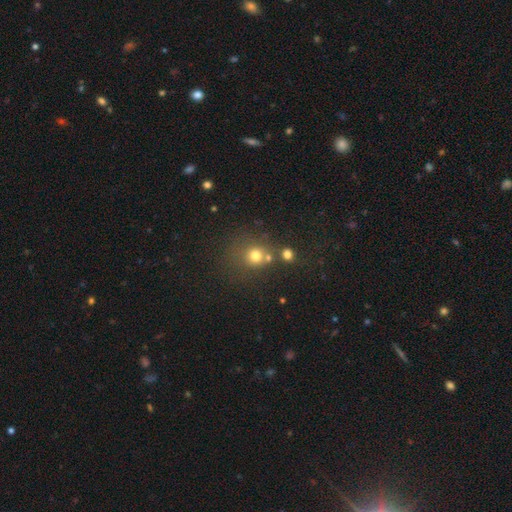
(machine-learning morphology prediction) A smooth galaxy with no disk features (72%) that is round (85%).

Vote fractions:
- Smooth or featured? smooth: 72% / star or artifact: 18% / featured or disk: 10%
- How rounded? round: 85% / in between: 14% / cigar-shaped: 1%
- Merging? none: 58% / merger: 24% / minor disturbance: 11% / major disturbance: 6%